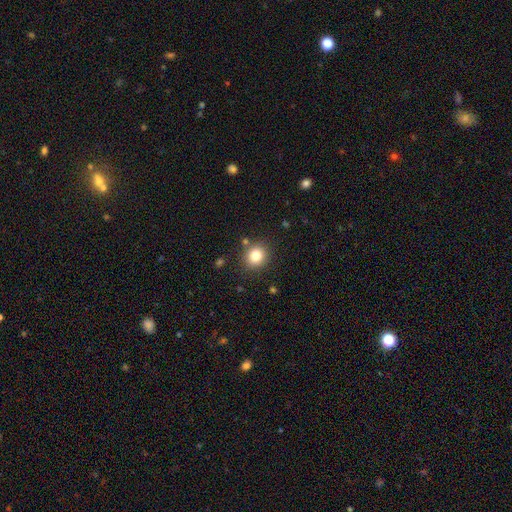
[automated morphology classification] Smooth or featured? smooth (82%)
How rounded? round (80%)
Merging? none (86%)